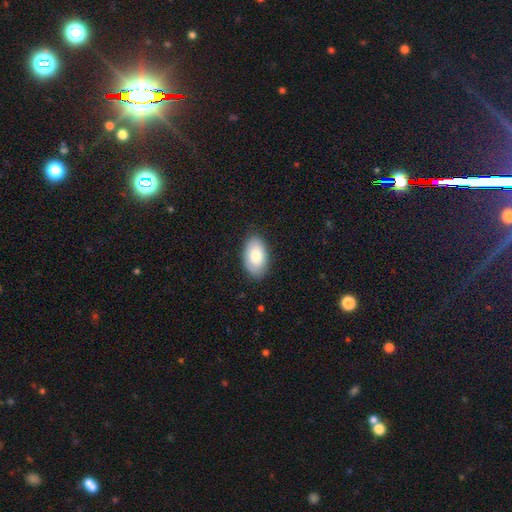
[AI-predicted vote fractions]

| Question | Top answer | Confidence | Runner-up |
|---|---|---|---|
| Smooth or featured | smooth | 78% | featured or disk (15%) |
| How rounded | in between | 93% | round (5%) |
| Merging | none | 84% | minor disturbance (12%) |